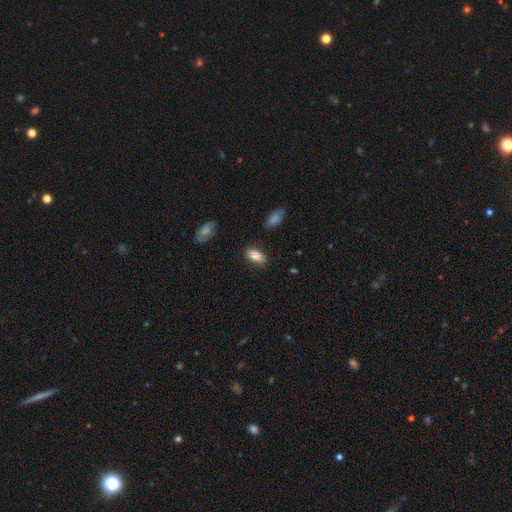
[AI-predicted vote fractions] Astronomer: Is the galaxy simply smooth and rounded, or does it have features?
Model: smooth — 80%.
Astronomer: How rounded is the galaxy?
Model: in between — 88%.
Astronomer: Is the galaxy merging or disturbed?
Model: none — 85%.